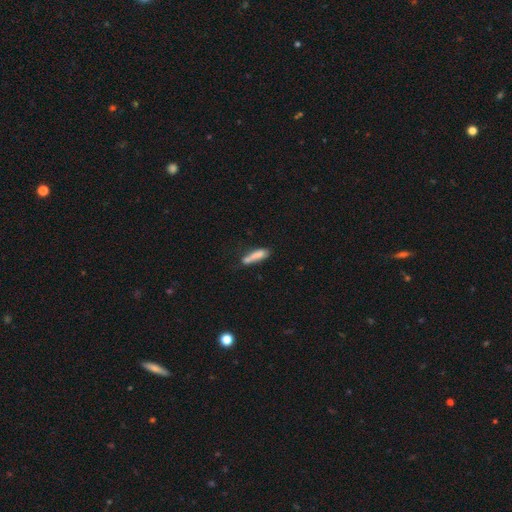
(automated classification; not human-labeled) A smooth galaxy with no disk features (77%) that is cigar-shaped (73%). Merging: none (52%).